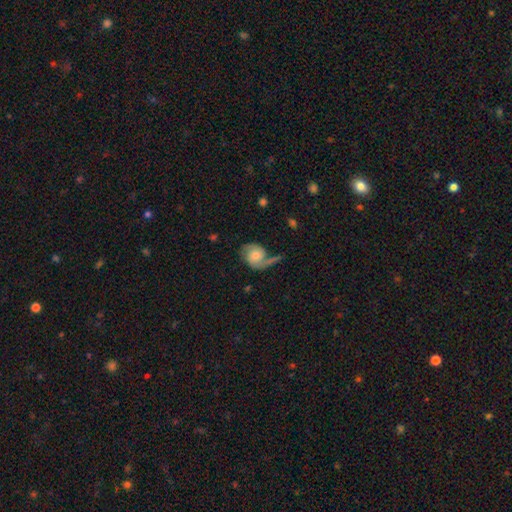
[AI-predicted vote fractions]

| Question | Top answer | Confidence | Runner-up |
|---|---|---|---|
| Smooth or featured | featured or disk | 67% | smooth (26%) |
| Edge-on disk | no | 97% | yes (3%) |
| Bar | no | 68% | weak (27%) |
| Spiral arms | yes | 92% | no (8%) |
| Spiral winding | loose | 42% | medium (39%) |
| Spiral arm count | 2 | 67% | 1 (26%) |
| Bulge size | moderate | 42% | small (27%) |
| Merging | none | 45% | major disturbance (24%) |